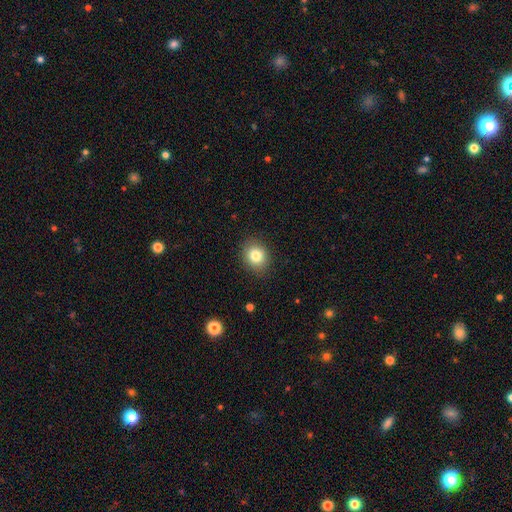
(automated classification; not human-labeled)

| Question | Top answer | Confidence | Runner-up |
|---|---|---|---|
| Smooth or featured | smooth | 82% | star or artifact (10%) |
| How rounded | round | 66% | in between (33%) |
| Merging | none | 89% | minor disturbance (8%) |